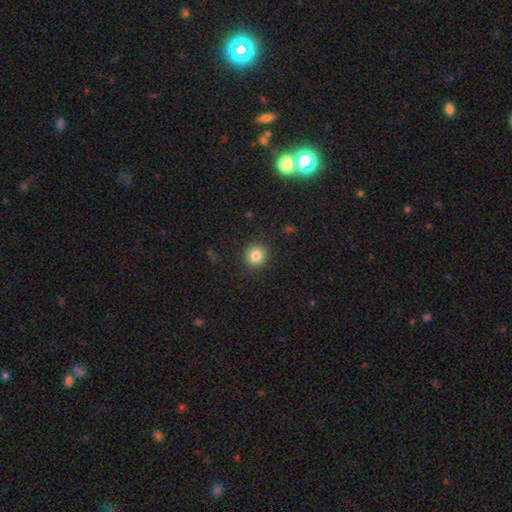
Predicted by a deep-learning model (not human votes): smooth-or-featured: smooth: 84% | star or artifact: 11% | featured or disk: 6%
  how-rounded: round: 91% | in between: 8% | cigar-shaped: 1%
  merging: none: 91% | minor disturbance: 6% | major disturbance: 2% | merger: 1%